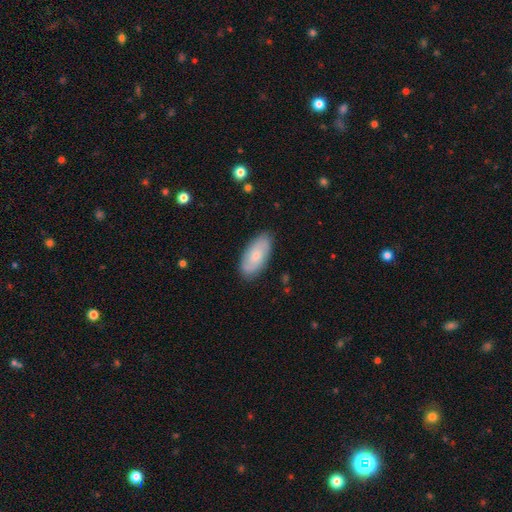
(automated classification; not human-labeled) Smooth or featured?
  - smooth: 54% *
  - featured or disk: 40%
  - star or artifact: 6%
How rounded?
  - in between: 91% *
  - cigar-shaped: 6%
  - round: 3%
Merging?
  - none: 84% *
  - minor disturbance: 12%
  - major disturbance: 3%
  - merger: 1%